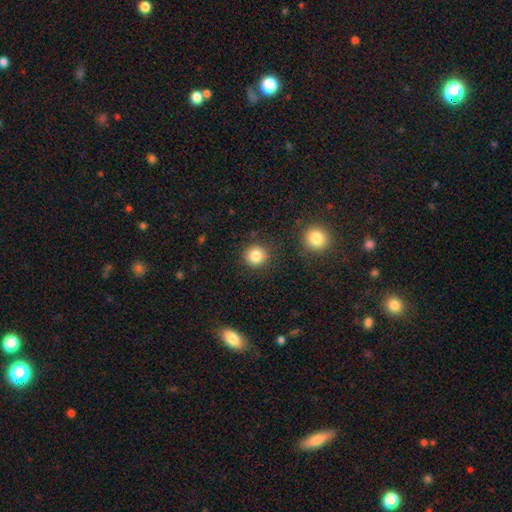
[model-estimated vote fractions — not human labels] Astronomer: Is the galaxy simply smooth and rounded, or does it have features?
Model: smooth — 84%.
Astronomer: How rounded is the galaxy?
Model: round — 93%.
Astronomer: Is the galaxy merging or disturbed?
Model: none — 88%.